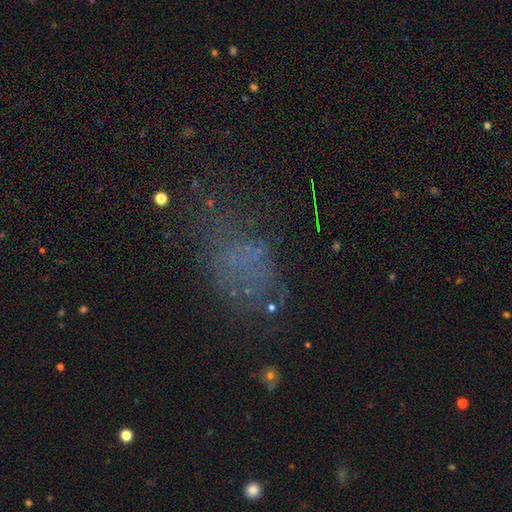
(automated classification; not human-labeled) Overall: smooth (37%; featured or disk 31%). Merging: none (47%; major disturbance 30%).